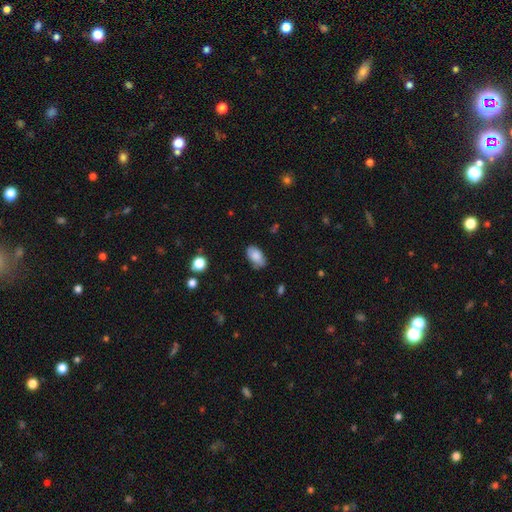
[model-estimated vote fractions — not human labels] Q: Smooth or featured?
A: smooth (81%); runner-up: featured or disk (11%)
Q: How rounded?
A: in between (93%); runner-up: round (5%)
Q: Merging?
A: none (75%); runner-up: minor disturbance (20%)